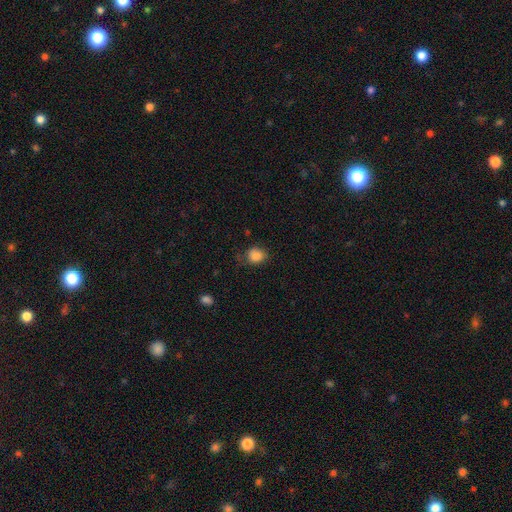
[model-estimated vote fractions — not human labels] The model was most divided on "how rounded": round: 65%, in between: 34%, cigar-shaped: 1%. More confident: smooth or featured — smooth (85%); merging — none (68%).